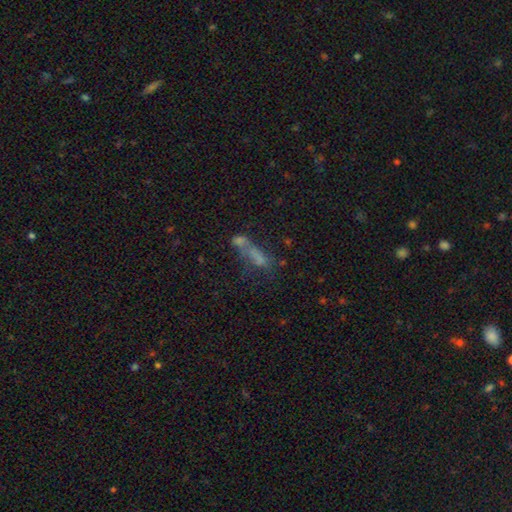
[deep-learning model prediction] Smooth or featured? smooth (48%)
Merging? merger (44%)